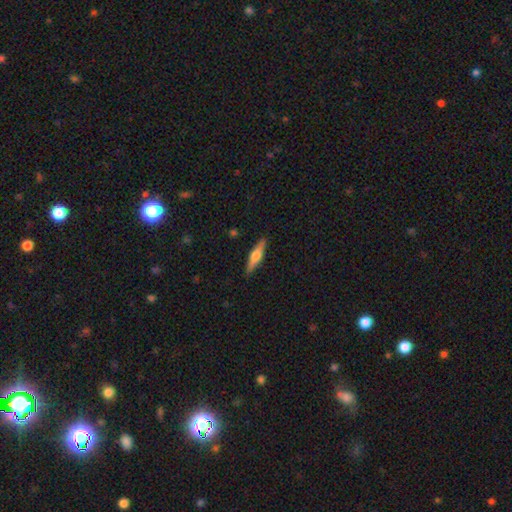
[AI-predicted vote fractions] Overall: featured or disk (59%; smooth 35%). Edge-on disk: yes (96%). Edge-on bulge: rounded (91%). Merging: none (90%).